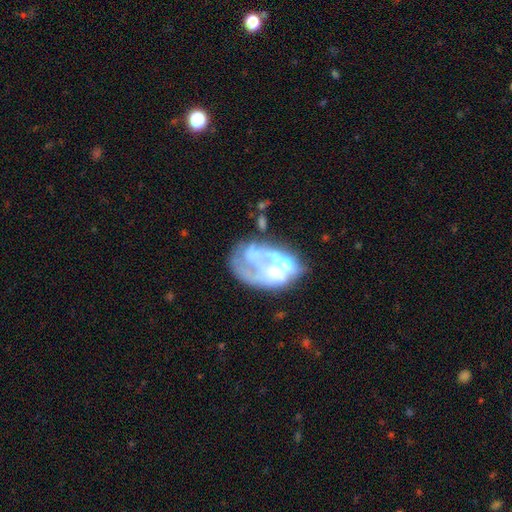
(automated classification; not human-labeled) A featured or disk galaxy (69%) with no bar (84%), no spiral arms (77%) and no central bulge (52%). Merging: none (33%).